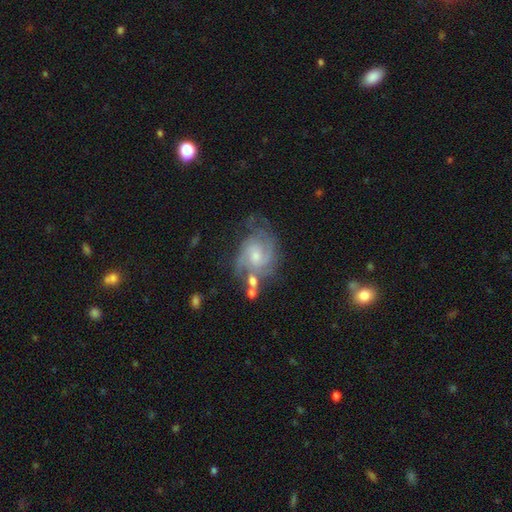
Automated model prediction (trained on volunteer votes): Morphology: type=featured or disk (82%); edge-on=no (97%); bar=no (56%); spiral arms=yes (95%); winding=tight (45%); arm count=2 (47%); bulge=moderate (46%, tied with small); merging=none (57%).